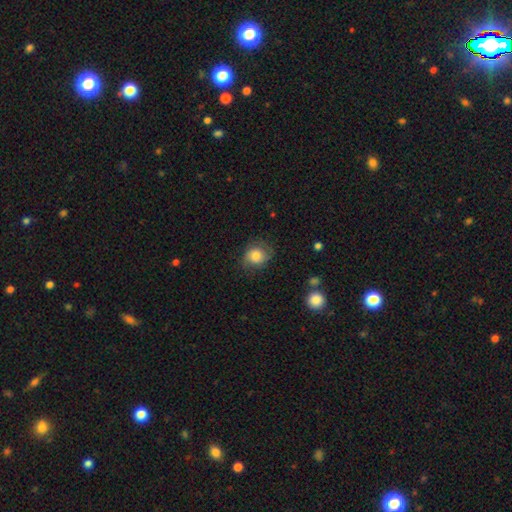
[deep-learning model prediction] Morphology: type=smooth (71%); roundness=round (70%); merging=none (66%).